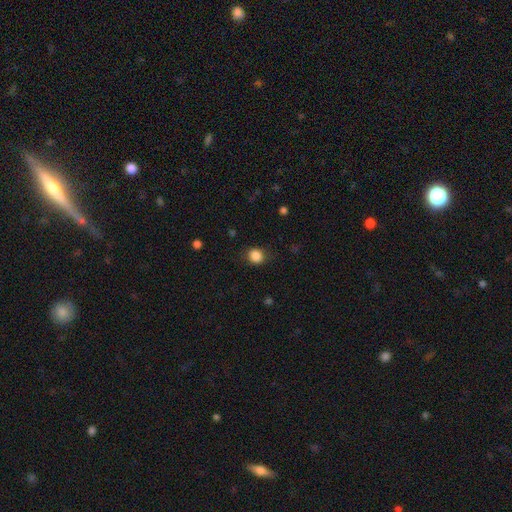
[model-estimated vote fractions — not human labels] This is clearly a smooth galaxy (87%). How rounded: likely round (75%). Merging: clearly none (82%).